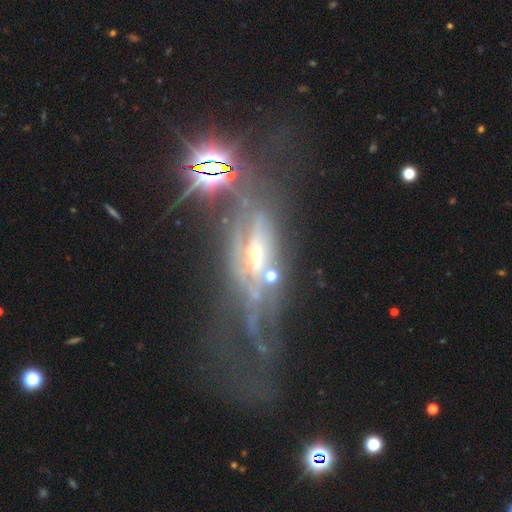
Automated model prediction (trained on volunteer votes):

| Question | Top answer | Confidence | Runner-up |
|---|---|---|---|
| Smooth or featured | featured or disk | 64% | star or artifact (21%) |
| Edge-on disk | no | 58% | yes (42%) |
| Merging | major disturbance | 37% | none (33%) |